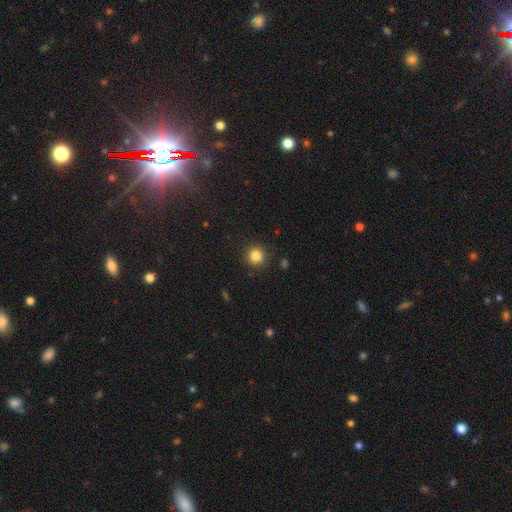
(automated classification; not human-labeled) The model was most divided on "smooth or featured": smooth: 84%, star or artifact: 11%, featured or disk: 4%. More confident: how rounded — round (92%); merging — none (88%).